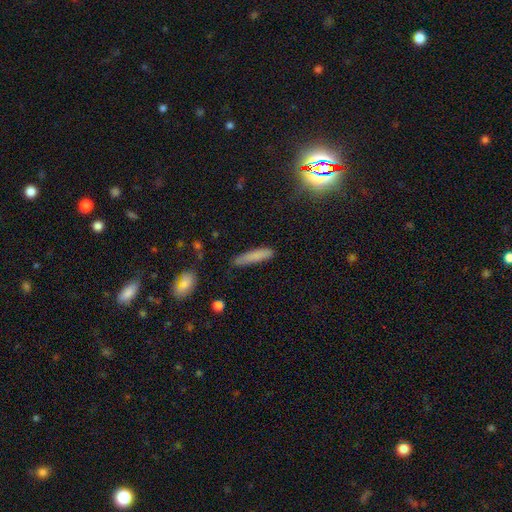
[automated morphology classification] The model was most divided on "merging": none: 80%, minor disturbance: 15%, major disturbance: 3%, merger: 2%. More confident: how rounded — cigar-shaped (87%); smooth or featured — smooth (78%).